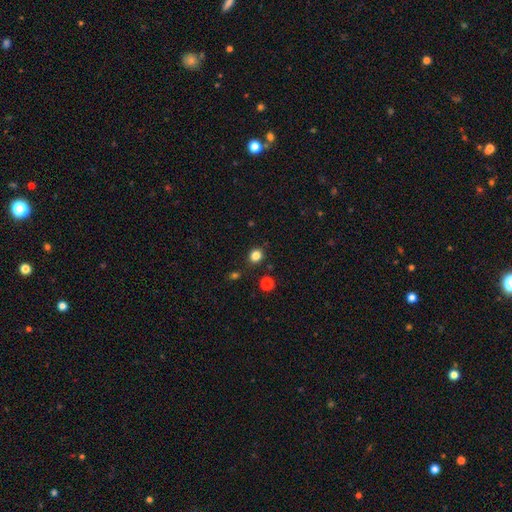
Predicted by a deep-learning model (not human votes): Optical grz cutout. It shows a smooth galaxy with no disk features (82%) that is round (78%). Merging: none (87%).